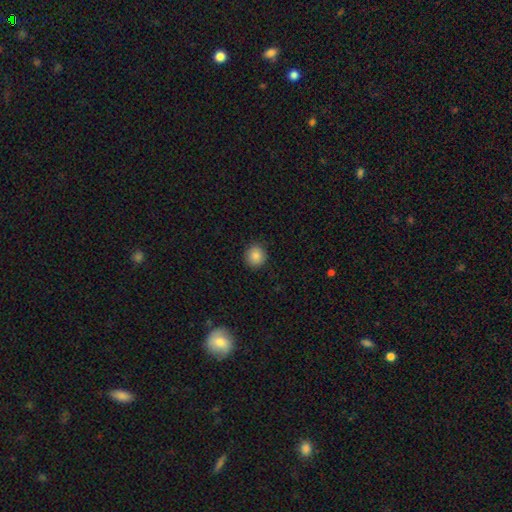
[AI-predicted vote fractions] Q: Smooth or featured?
A: smooth (86%); runner-up: star or artifact (9%)
Q: How rounded?
A: round (88%); runner-up: in between (11%)
Q: Merging?
A: none (90%); runner-up: minor disturbance (7%)